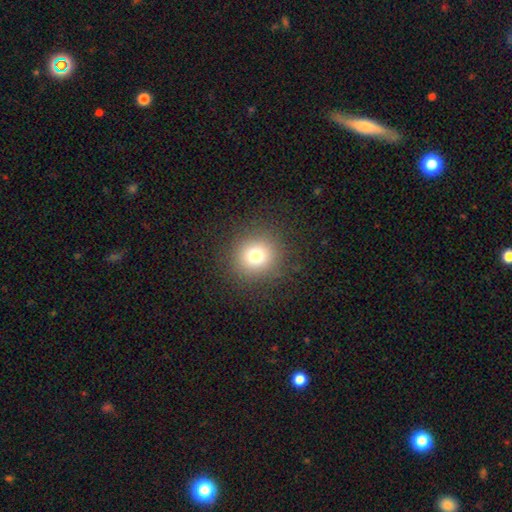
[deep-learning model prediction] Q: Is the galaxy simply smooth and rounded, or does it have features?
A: smooth — 75%.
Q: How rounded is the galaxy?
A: round — 92%.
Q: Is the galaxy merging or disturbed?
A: none — 89%.